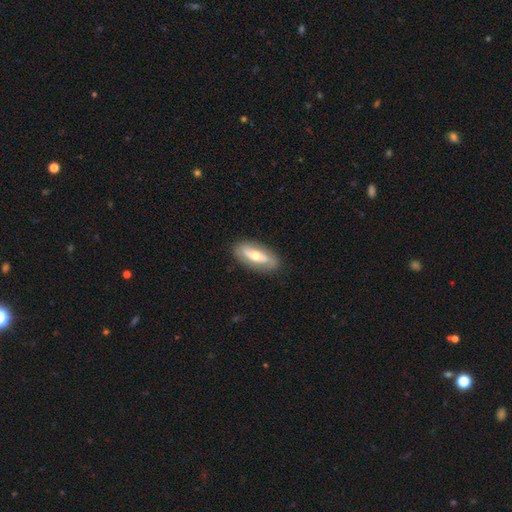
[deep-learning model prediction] smooth_or_featured: featured or disk (p=0.50) [alt: smooth p=0.44]
merging: none (p=0.85) [alt: minor disturbance p=0.11]